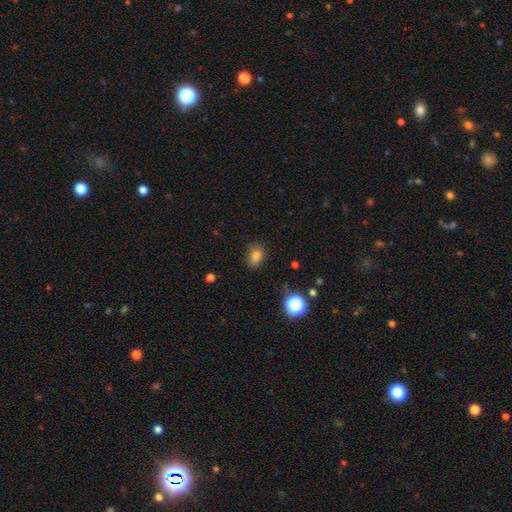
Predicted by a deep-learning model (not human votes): Smooth or featured? smooth (80%)
How rounded? in between (70%)
Merging? none (77%)